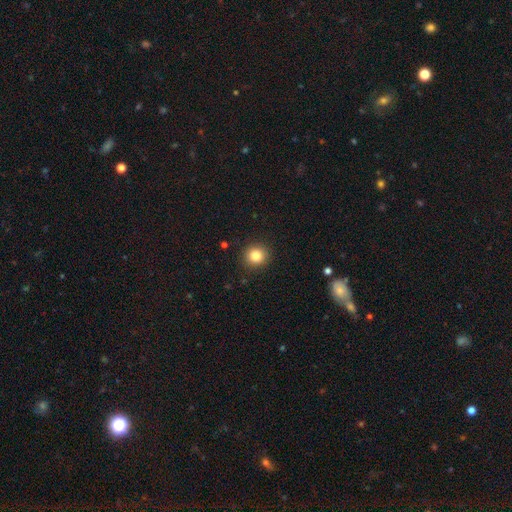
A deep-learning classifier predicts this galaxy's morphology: This is clearly a smooth galaxy (84%). How rounded: clearly round (89%). Merging: clearly none (90%).